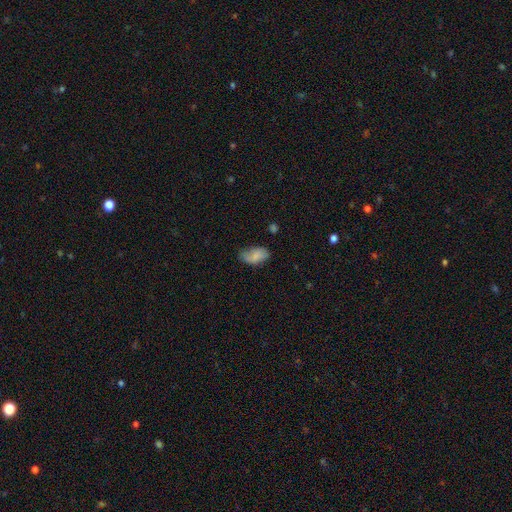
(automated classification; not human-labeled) A smooth galaxy with no disk features (78%) that is in between round and cigar-shaped (93%). Merging: none (55%).